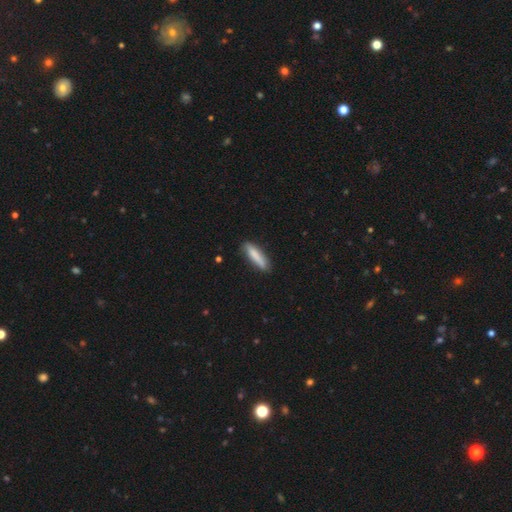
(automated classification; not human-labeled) Smooth or featured?
  - smooth: 81% *
  - featured or disk: 13%
  - star or artifact: 6%
How rounded?
  - cigar-shaped: 77% *
  - in between: 21%
  - round: 1%
Merging?
  - none: 80% *
  - minor disturbance: 15%
  - major disturbance: 3%
  - merger: 2%